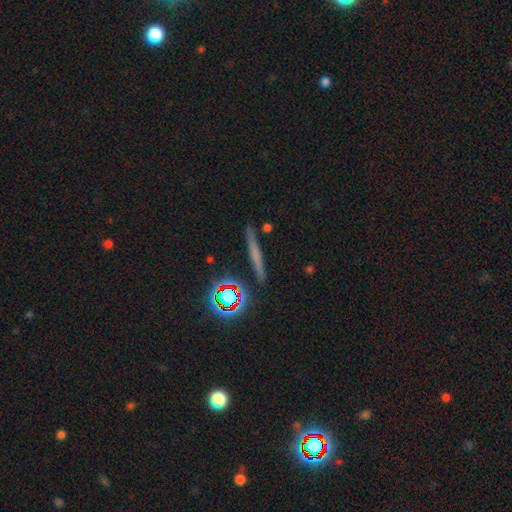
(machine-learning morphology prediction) smooth-or-featured: smooth: 42% | featured or disk: 40% | star or artifact: 18%
  merging: none: 88% | minor disturbance: 8% | merger: 2% | major disturbance: 2%